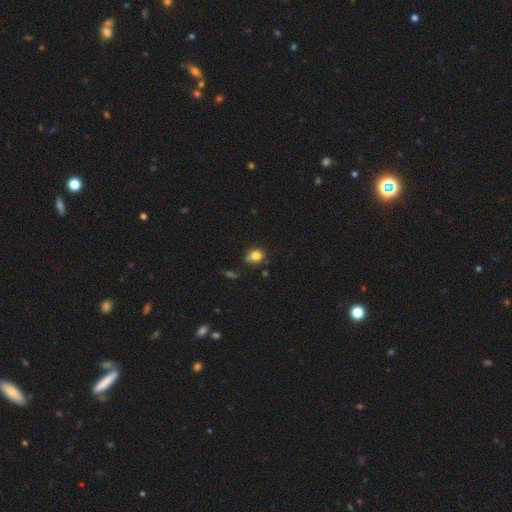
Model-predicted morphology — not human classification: This is clearly a smooth galaxy (80%). How rounded: likely round (68%). Merging: likely none (61%).